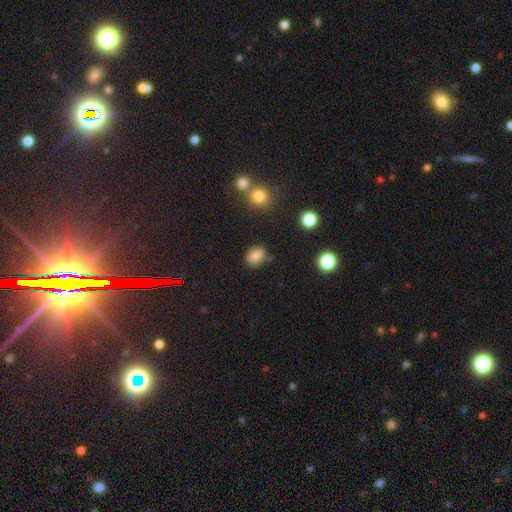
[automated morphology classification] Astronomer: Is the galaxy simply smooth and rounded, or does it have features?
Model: smooth — 80%.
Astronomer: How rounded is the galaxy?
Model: round — 50% (runner-up: in between, 49%).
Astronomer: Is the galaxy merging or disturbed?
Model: none — 69%.